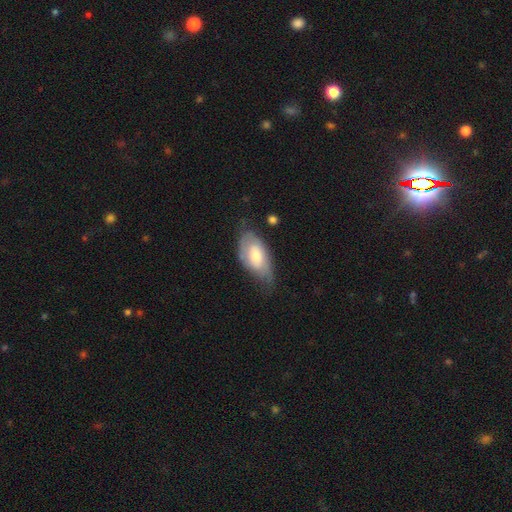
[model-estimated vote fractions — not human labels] Q: Smooth or featured?
A: smooth (51%); runner-up: featured or disk (43%)
Q: How rounded?
A: in between (92%); runner-up: cigar-shaped (4%)
Q: Merging?
A: none (50%); runner-up: minor disturbance (36%)